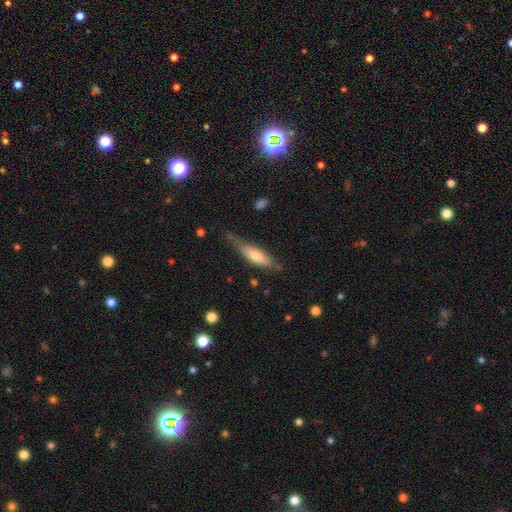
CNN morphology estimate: type=smooth (51%); roundness=cigar-shaped (66%); merging=none (60%).